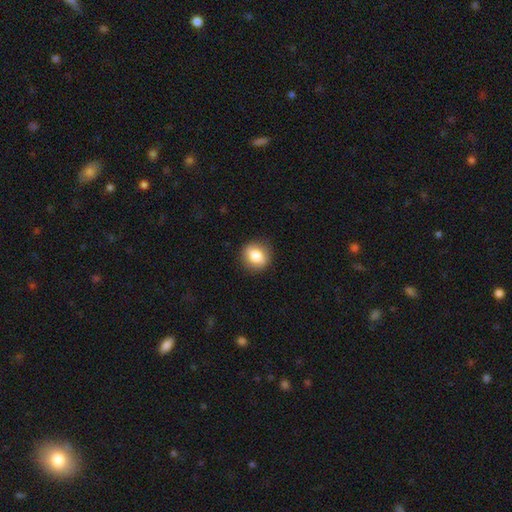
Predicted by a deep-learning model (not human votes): This appears to be a smooth galaxy with no disk features (81%) that is round (74%). Merging: none (89%).